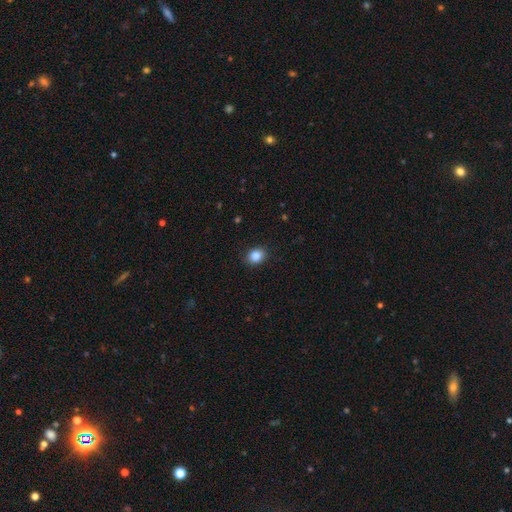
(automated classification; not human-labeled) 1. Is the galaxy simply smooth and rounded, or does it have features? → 87% smooth, 9% star or artifact, 4% featured or disk.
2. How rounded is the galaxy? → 53% round, 46% in between, 1% cigar-shaped.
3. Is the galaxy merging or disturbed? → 89% none, 8% minor disturbance, 2% major disturbance, 1% merger.